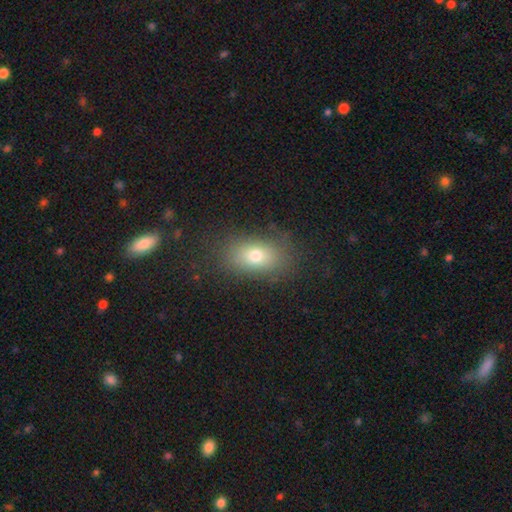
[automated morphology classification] Smooth or featured? smooth (74%)
How rounded? in between (81%)
Merging? none (81%)